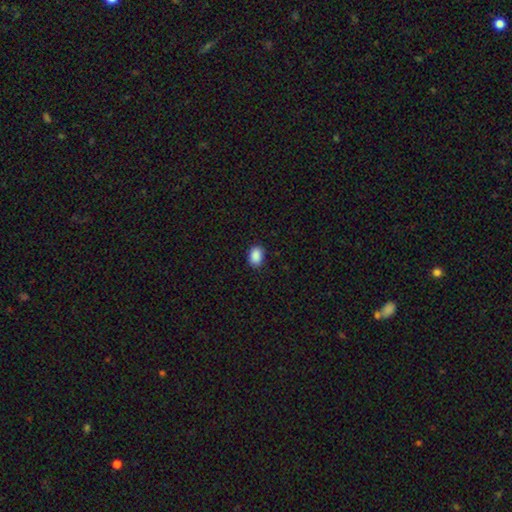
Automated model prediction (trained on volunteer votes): Overall: smooth (90%). How rounded: in between (78%). Merging: none (87%).